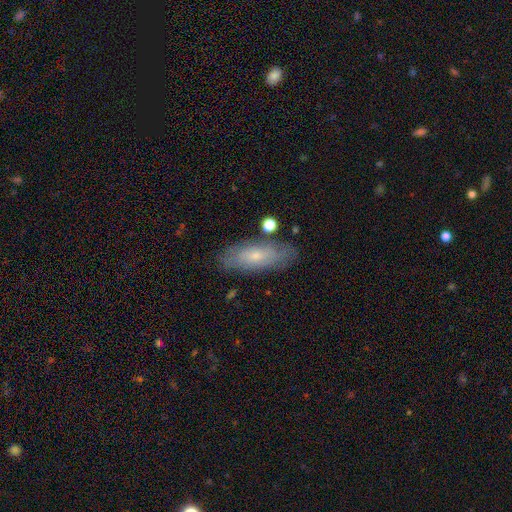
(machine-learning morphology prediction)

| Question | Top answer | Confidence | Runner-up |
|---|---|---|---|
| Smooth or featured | smooth | 55% | featured or disk (37%) |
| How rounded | in between | 71% | cigar-shaped (26%) |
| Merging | none | 77% | minor disturbance (15%) |